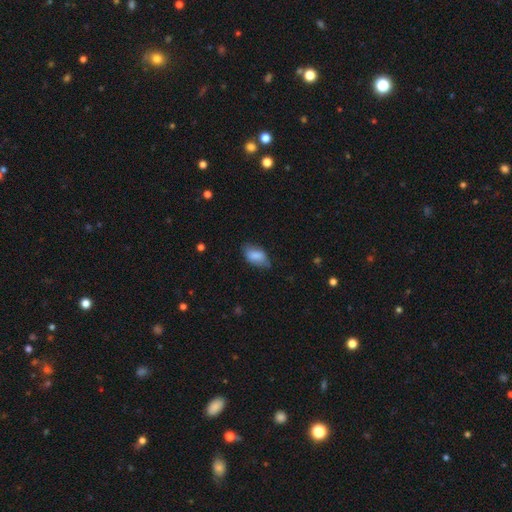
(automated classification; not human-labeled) Smooth or featured?
  - smooth: 81% *
  - featured or disk: 12%
  - star or artifact: 7%
How rounded?
  - in between: 92% *
  - round: 5%
  - cigar-shaped: 4%
Merging?
  - none: 65% *
  - minor disturbance: 27%
  - major disturbance: 6%
  - merger: 1%